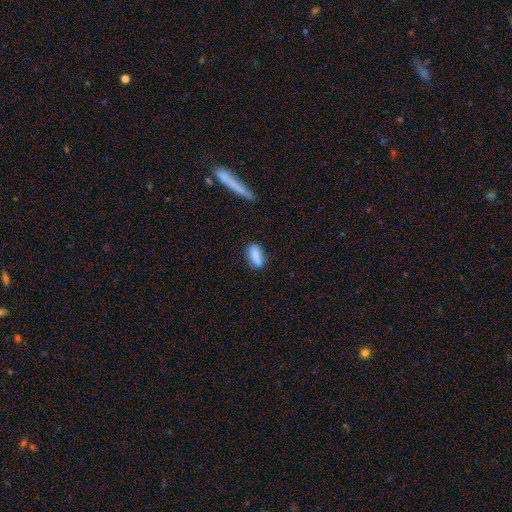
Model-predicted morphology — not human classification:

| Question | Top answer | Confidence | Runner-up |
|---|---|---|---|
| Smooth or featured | smooth | 84% | featured or disk (9%) |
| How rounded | in between | 72% | cigar-shaped (25%) |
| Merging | none | 75% | minor disturbance (18%) |